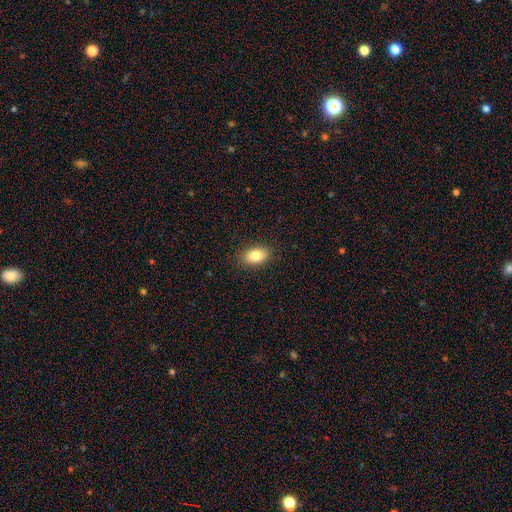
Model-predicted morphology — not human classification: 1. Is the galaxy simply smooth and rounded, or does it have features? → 84% smooth, 8% star or artifact, 8% featured or disk.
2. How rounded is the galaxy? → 89% in between, 9% round, 2% cigar-shaped.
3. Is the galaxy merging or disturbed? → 89% none, 8% minor disturbance, 2% major disturbance, 1% merger.